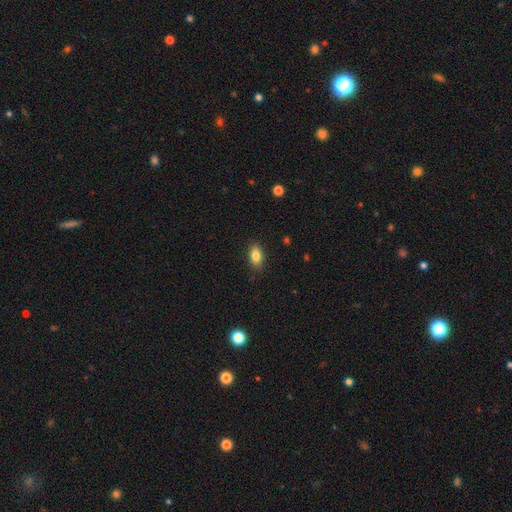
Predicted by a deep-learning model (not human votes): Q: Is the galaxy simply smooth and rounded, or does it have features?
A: smooth — 84%.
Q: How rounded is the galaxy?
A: in between — 89%.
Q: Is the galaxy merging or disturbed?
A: none — 87%.